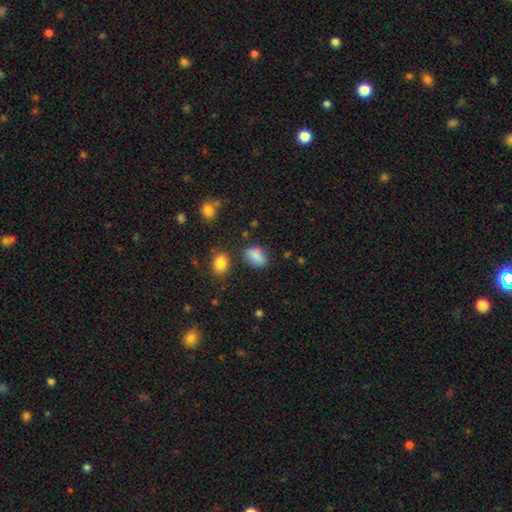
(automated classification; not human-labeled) The model was most divided on "merging": none: 68%, minor disturbance: 19%, merger: 7%, major disturbance: 5%. More confident: smooth or featured — smooth (85%); how rounded — in between (82%).